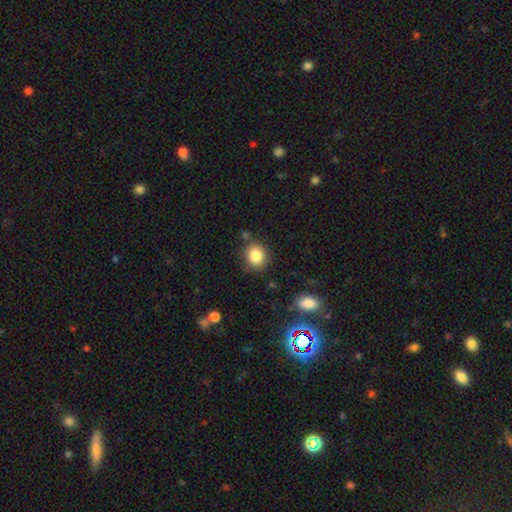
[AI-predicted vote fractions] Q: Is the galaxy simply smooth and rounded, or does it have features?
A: smooth — 84%.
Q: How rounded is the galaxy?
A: round — 76%.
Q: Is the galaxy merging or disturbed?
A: none — 81%.